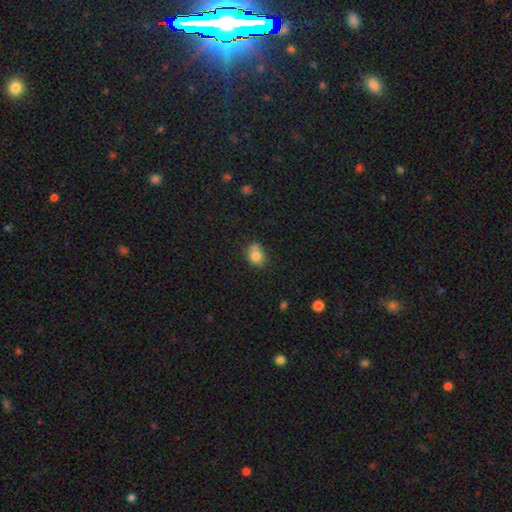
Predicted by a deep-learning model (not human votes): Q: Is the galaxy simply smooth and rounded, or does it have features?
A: smooth — 80%.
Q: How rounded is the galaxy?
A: in between — 54%.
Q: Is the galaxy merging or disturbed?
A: none — 49%.